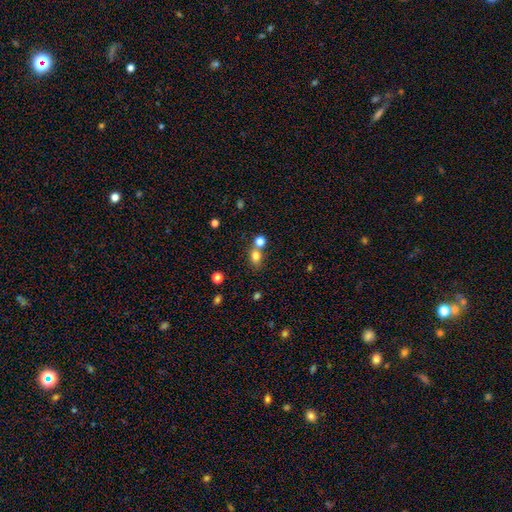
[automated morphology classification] Smooth or featured: smooth — 79% (star or artifact — 14%)
How rounded: in between — 56% (round — 42%)
Merging: none — 56% (merger — 28%)